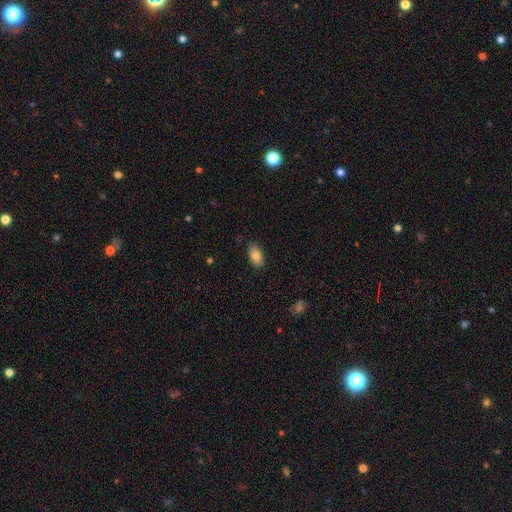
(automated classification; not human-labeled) Morphology: type=smooth (84%); roundness=in between (93%); merging=none (87%).